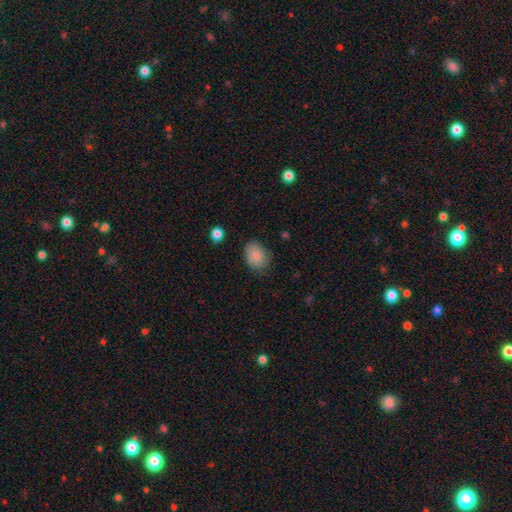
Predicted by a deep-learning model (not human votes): Overall: smooth (84%). How rounded: in between (66%; round 33%). Merging: none (72%).